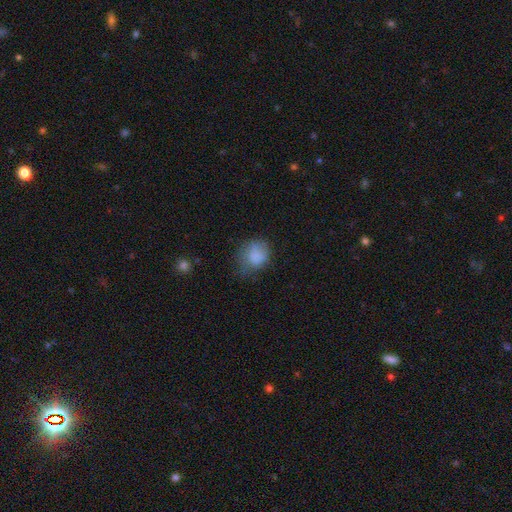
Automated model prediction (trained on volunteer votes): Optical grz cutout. It shows a smooth galaxy with no disk features (80%) that is round (62%). Merging: none (49%).